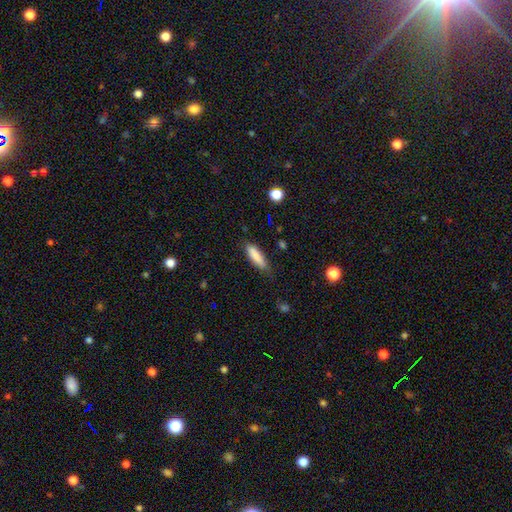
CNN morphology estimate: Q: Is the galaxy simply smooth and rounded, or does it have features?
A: smooth — 85%.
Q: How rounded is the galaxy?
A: cigar-shaped — 62%.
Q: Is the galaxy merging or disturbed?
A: none — 79%.